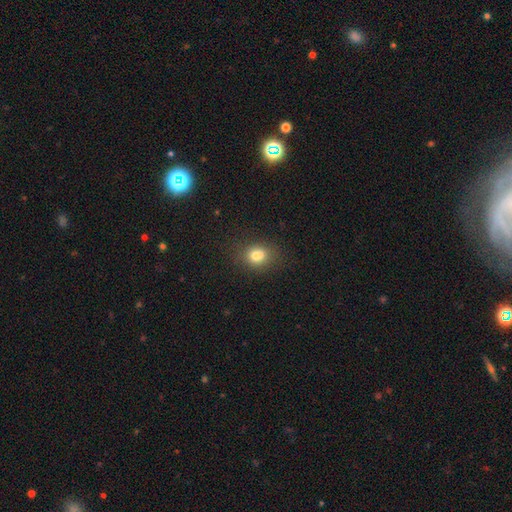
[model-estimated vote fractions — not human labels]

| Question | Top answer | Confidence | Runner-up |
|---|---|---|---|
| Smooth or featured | smooth | 78% | star or artifact (13%) |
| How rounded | round | 52% | in between (47%) |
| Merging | none | 72% | minor disturbance (15%) |